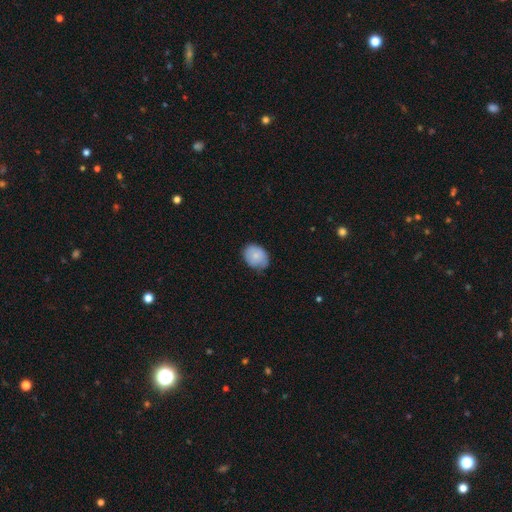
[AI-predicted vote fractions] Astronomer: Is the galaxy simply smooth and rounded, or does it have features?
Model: smooth — 80%.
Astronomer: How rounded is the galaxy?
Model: in between — 58% (runner-up: round, 41%).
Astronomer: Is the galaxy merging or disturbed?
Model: none — 65%.